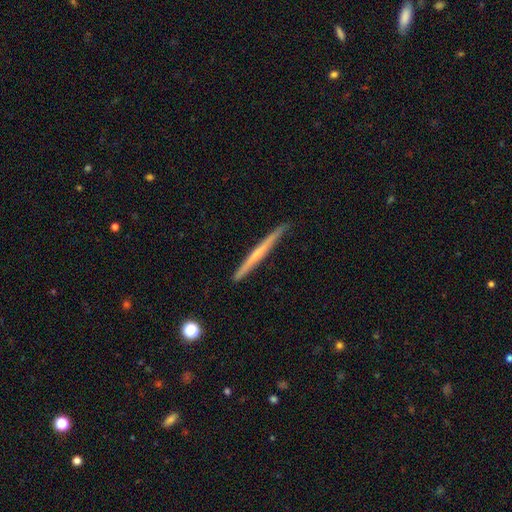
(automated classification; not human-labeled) smooth_or_featured: featured or disk (p=0.55) [alt: smooth p=0.39]
disk_edge_on: yes (p=0.98) [alt: no p=0.02]
edge_on_bulge: none (p=0.73) [alt: rounded p=0.22]
merging: none (p=0.89) [alt: minor disturbance p=0.08]